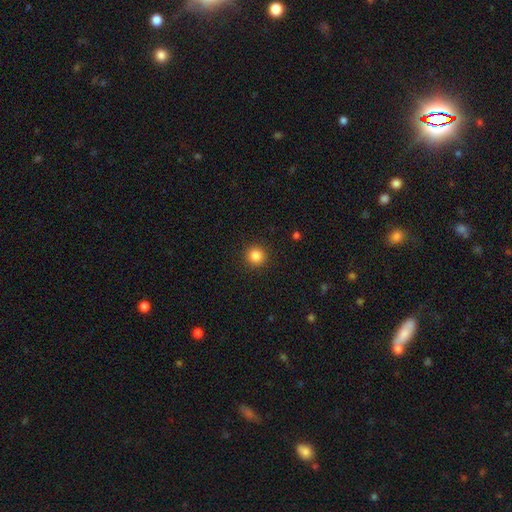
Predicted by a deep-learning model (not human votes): The model was most divided on "smooth or featured": smooth: 85%, star or artifact: 11%, featured or disk: 4%. More confident: how rounded — round (94%); merging — none (92%).